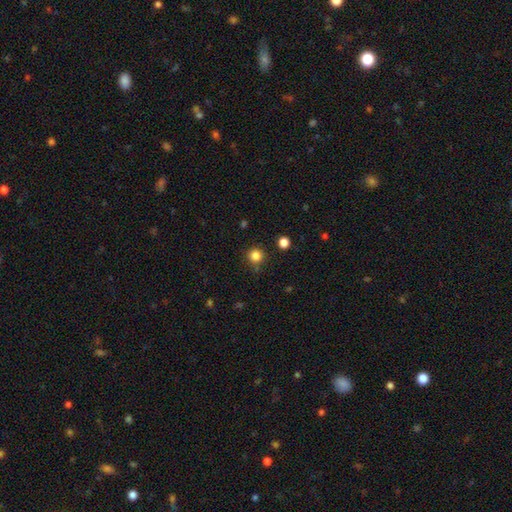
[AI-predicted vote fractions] Overall: smooth (83%). How rounded: round (94%). Merging: none (83%).